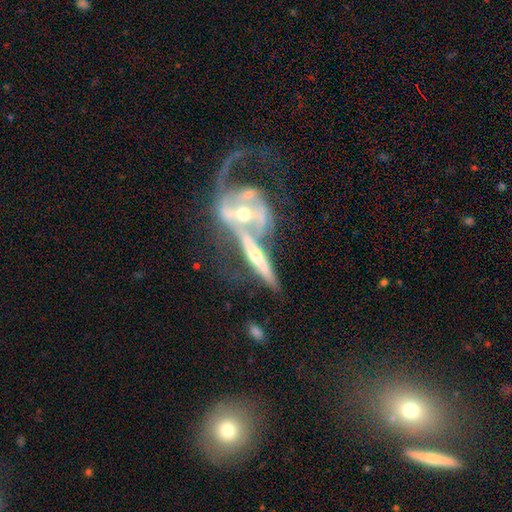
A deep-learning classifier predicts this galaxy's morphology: Q: Smooth or featured?
A: featured or disk (73%); runner-up: smooth (20%)
Q: Edge-on disk?
A: yes (70%); runner-up: no (30%)
Q: Edge-on bulge?
A: rounded (83%); runner-up: none (12%)
Q: Merging?
A: merger (49%); runner-up: none (33%)